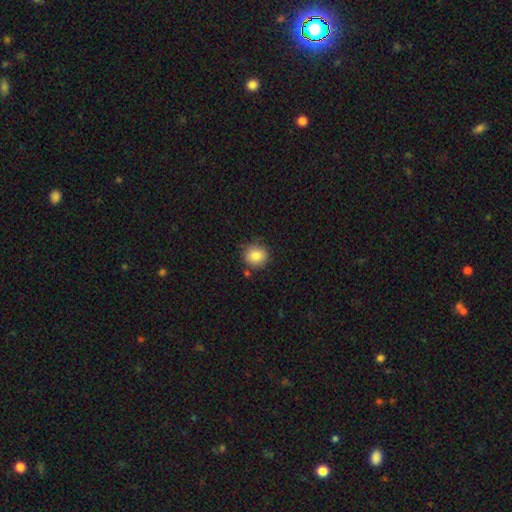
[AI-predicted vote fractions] Smooth or featured: smooth — 84% (star or artifact — 9%)
How rounded: round — 84% (in between — 15%)
Merging: none — 80% (minor disturbance — 13%)